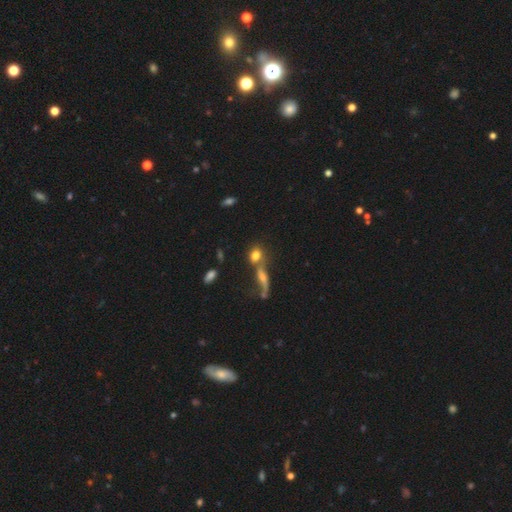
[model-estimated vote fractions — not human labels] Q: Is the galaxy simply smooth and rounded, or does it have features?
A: smooth — 71%.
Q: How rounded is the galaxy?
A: round — 55%.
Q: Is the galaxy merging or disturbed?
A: none — 45%.